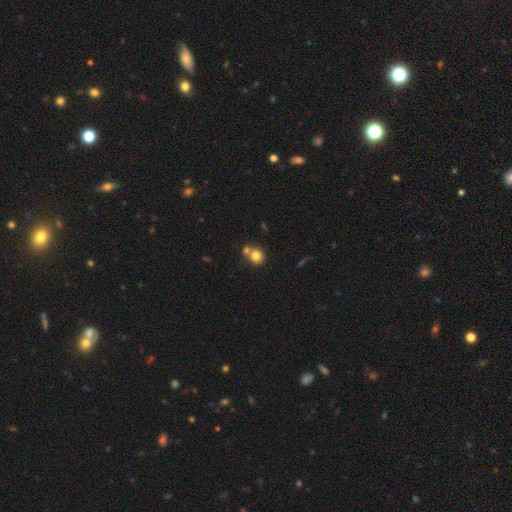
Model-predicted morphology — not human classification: smooth-or-featured: smooth: 80% | star or artifact: 11% | featured or disk: 9%
  how-rounded: round: 85% | in between: 14% | cigar-shaped: 1%
  merging: none: 52% | merger: 36% | minor disturbance: 9% | major disturbance: 3%